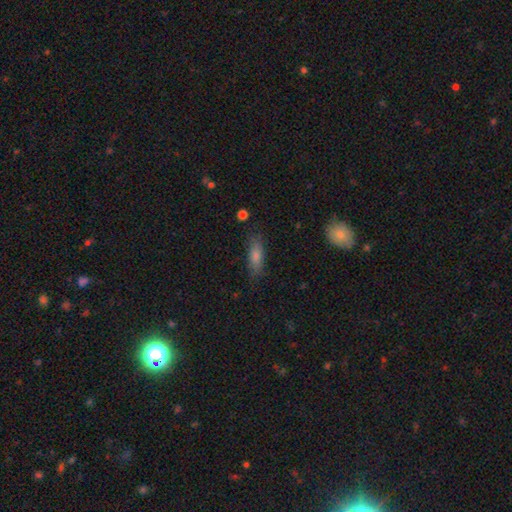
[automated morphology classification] Smooth or featured: smooth — 69% (featured or disk — 21%)
How rounded: in between — 52% (cigar-shaped — 45%)
Merging: none — 82% (minor disturbance — 13%)